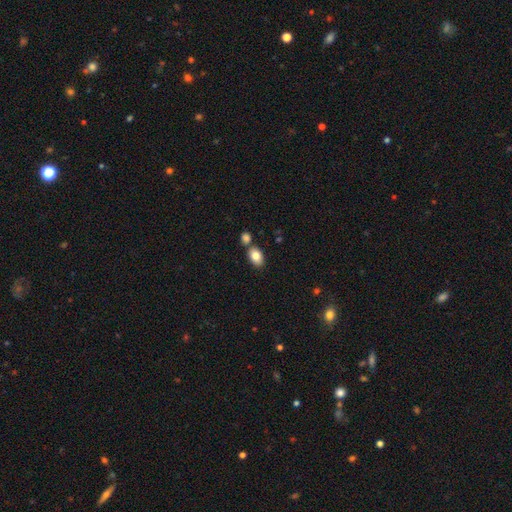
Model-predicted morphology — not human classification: Smooth or featured?
  - smooth: 83% *
  - featured or disk: 9%
  - star or artifact: 8%
How rounded?
  - in between: 87% *
  - round: 12%
  - cigar-shaped: 1%
Merging?
  - none: 65% *
  - merger: 22%
  - minor disturbance: 11%
  - major disturbance: 3%